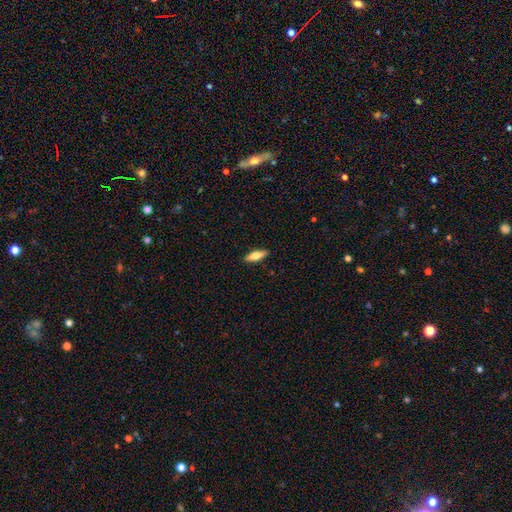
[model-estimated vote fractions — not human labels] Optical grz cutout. It shows a smooth galaxy with no disk features (67%) that is in between round and cigar-shaped (54%). Merging: none (90%).